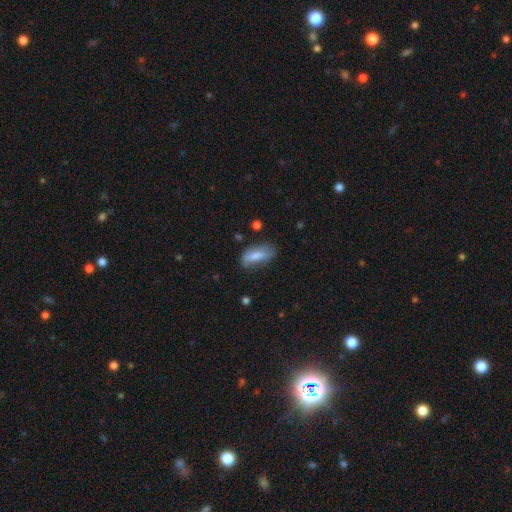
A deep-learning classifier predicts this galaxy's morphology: Smooth or featured? smooth (75%)
How rounded? in between (79%)
Merging? none (60%)